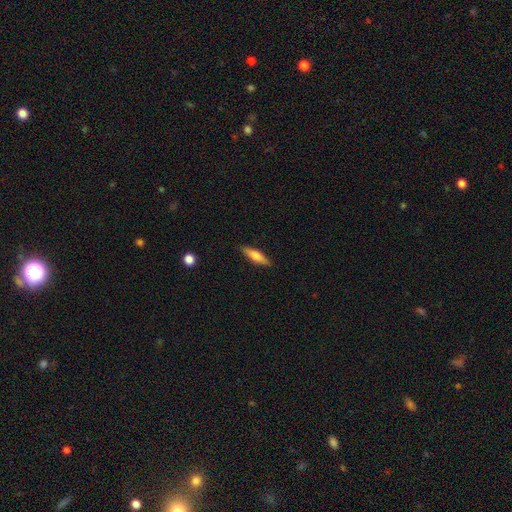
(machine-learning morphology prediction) This appears to be a smooth galaxy with no disk features (54%) that is cigar-shaped (71%). Merging: none (88%).